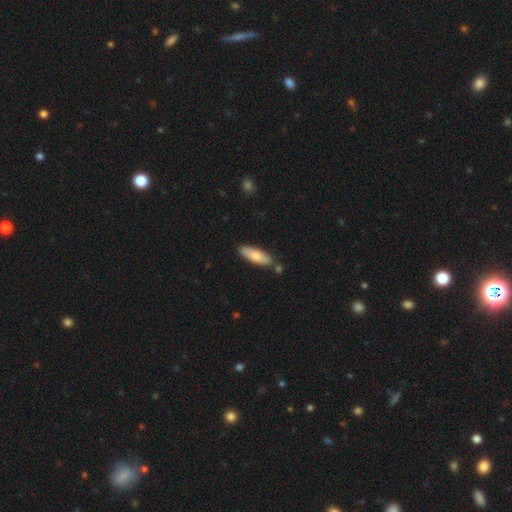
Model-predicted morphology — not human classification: The model was most divided on "how rounded": in between: 52%, cigar-shaped: 46%, round: 2%. More confident: merging — none (82%); smooth or featured — smooth (74%).